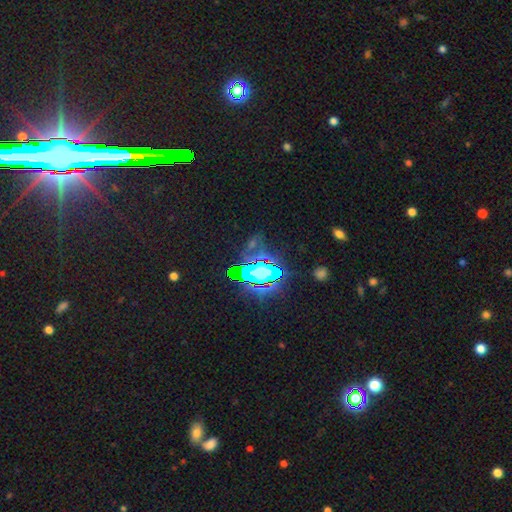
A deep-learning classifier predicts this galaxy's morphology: Q: Smooth or featured?
A: star or artifact (81%); runner-up: featured or disk (10%)